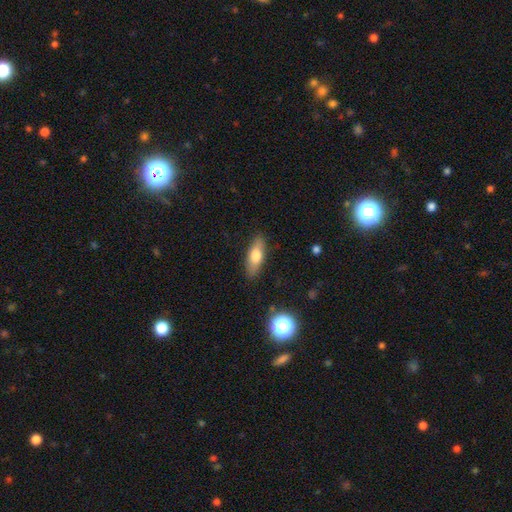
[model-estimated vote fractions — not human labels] smooth 69%, featured or disk 23%, star or artifact 7%. Down the decision tree: how rounded — in between (66%); merging — none (85%).